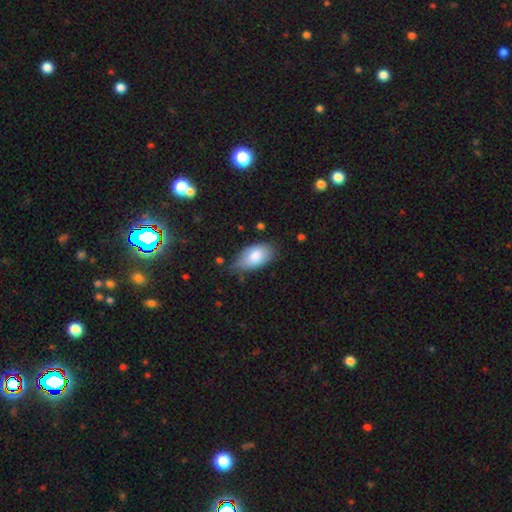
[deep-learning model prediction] This is clearly a smooth galaxy (83%). How rounded: clearly in between (94%). Merging: possibly none (55%).